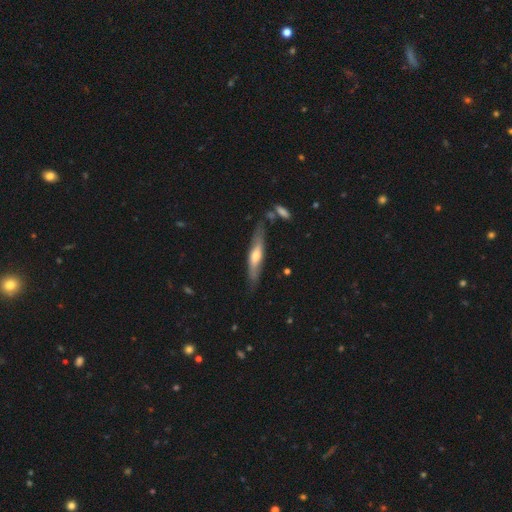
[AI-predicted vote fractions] smooth_or_featured: featured or disk (p=0.52) [alt: smooth p=0.43]
disk_edge_on: yes (p=0.75) [alt: no p=0.25]
merging: none (p=0.76) [alt: minor disturbance p=0.16]